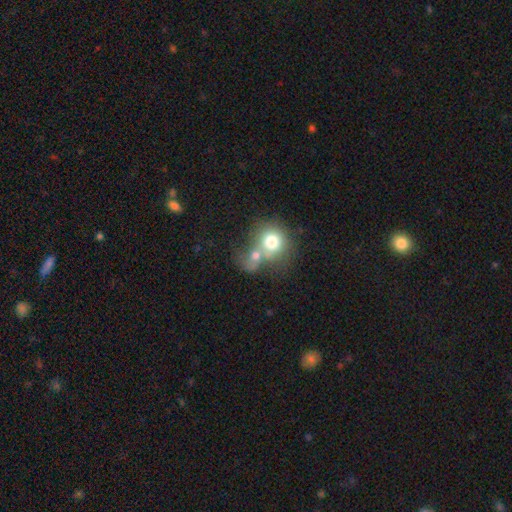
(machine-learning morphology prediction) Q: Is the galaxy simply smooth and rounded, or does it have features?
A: smooth — 69%.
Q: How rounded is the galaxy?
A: round — 73%.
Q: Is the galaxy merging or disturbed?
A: merger — 59%.